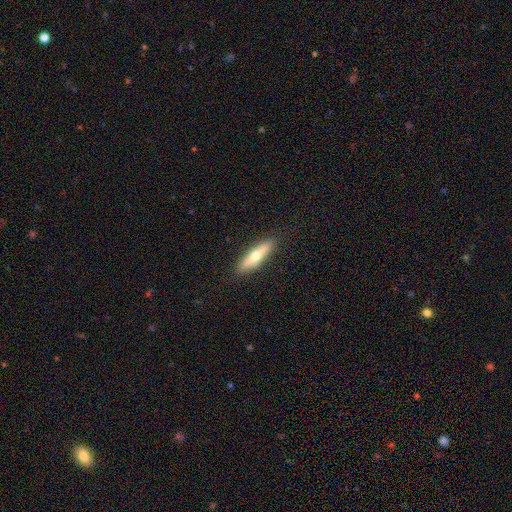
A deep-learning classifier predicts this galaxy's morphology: Overall: smooth (53%; featured or disk 41%). How rounded: cigar-shaped (73%). Merging: none (89%).